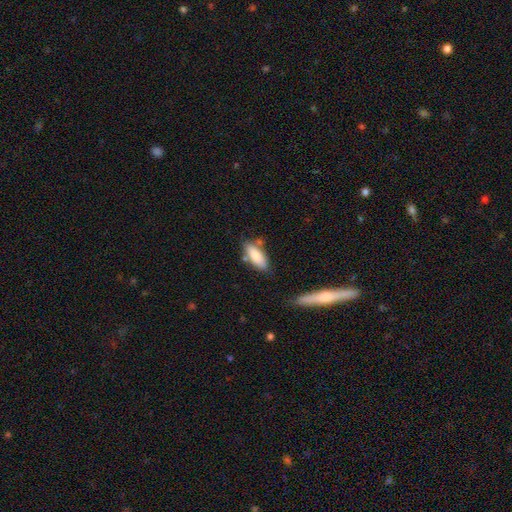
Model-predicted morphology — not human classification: type=smooth (83%); roundness=in between (76%); merging=none (69%).